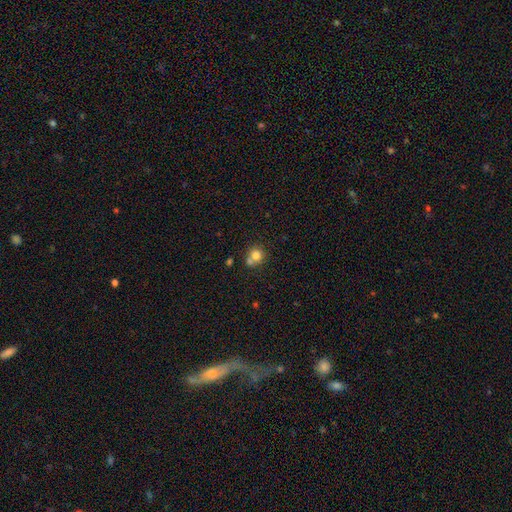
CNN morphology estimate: This is likely a smooth galaxy (77%). How rounded: clearly round (86%). Merging: possibly none (50%).